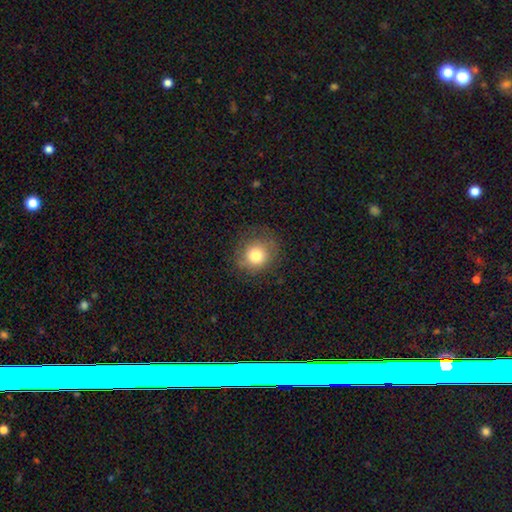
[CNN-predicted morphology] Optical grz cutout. It shows a smooth galaxy with no disk features (76%) that is round (85%). Merging: none (76%).